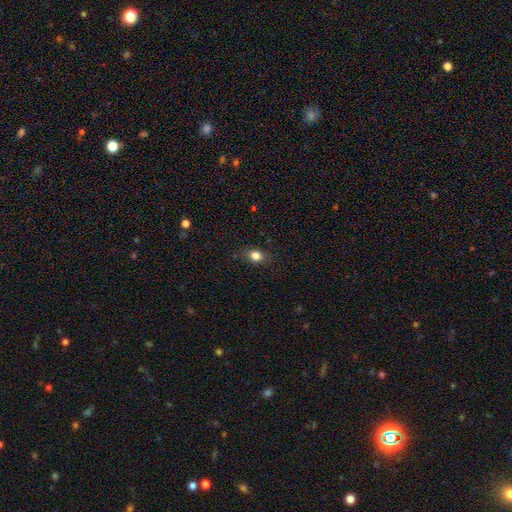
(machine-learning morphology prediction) Smooth or featured?
  - smooth: 81% *
  - star or artifact: 11%
  - featured or disk: 8%
How rounded?
  - round: 50% *
  - in between: 48%
  - cigar-shaped: 2%
Merging?
  - none: 82% *
  - minor disturbance: 14%
  - major disturbance: 3%
  - merger: 1%